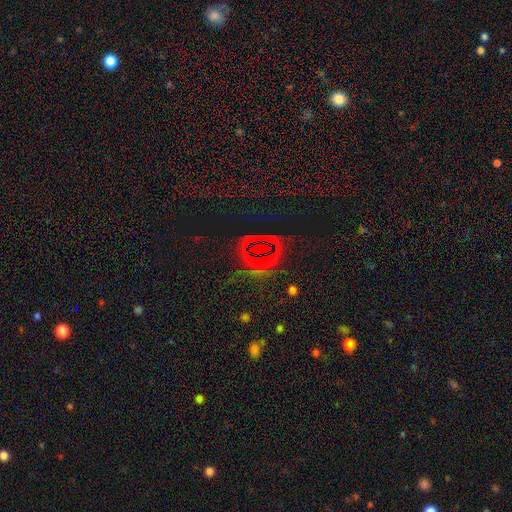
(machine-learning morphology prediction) This appears to be a star or artifact, not a galaxy (77%).